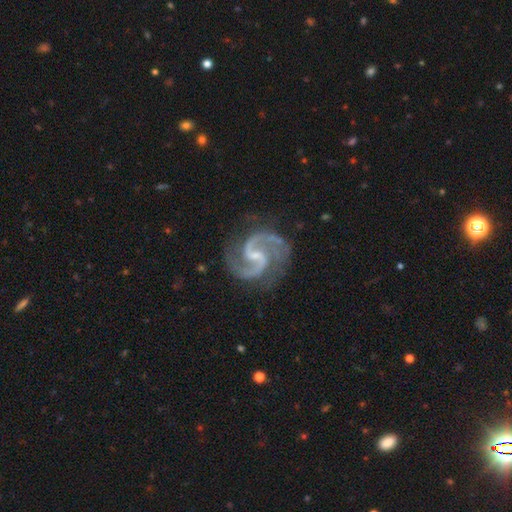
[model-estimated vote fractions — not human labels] Overall: featured or disk (94%). Edge-on disk: no (99%). Bar: weak (55%; no 27%). Spiral arms: yes (99%). Spiral arm count: 2 (94%). Spiral winding: medium (69%). Bulge size: small (60%; moderate 20%). Merging: none (79%).